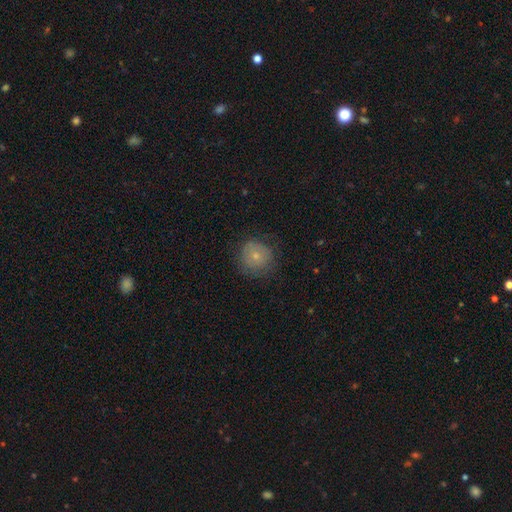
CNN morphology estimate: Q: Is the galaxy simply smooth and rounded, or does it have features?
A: smooth — 68%.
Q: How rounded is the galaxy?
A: round — 90%.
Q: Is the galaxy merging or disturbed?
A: none — 72%.